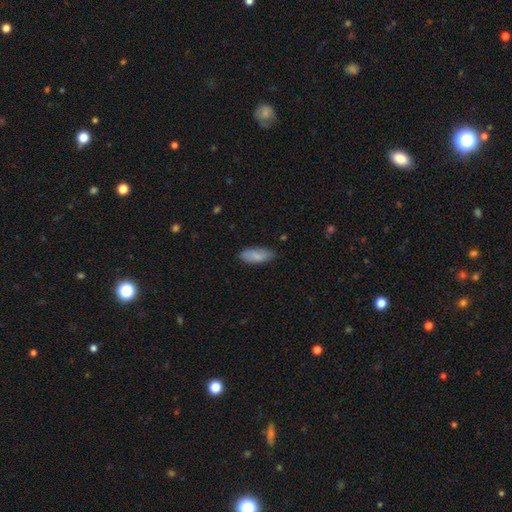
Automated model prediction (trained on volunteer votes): A smooth galaxy with no disk features (82%) that is in between round and cigar-shaped (81%). Merging: none (81%).